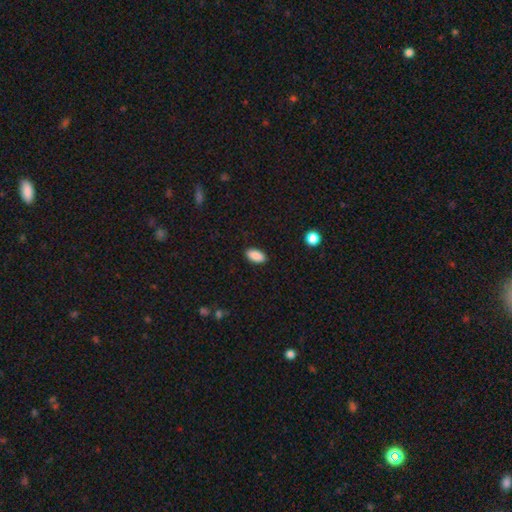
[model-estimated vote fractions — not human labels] smooth-or-featured: smooth: 89% | star or artifact: 8% | featured or disk: 3%
  how-rounded: in between: 93% | round: 4% | cigar-shaped: 3%
  merging: none: 89% | minor disturbance: 8% | major disturbance: 2% | merger: 1%